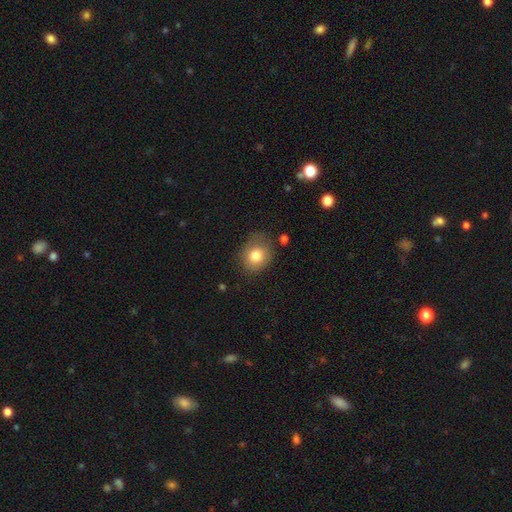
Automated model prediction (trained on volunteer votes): This appears to be a smooth galaxy with no disk features (80%) that is round (55%). Merging: none (69%).